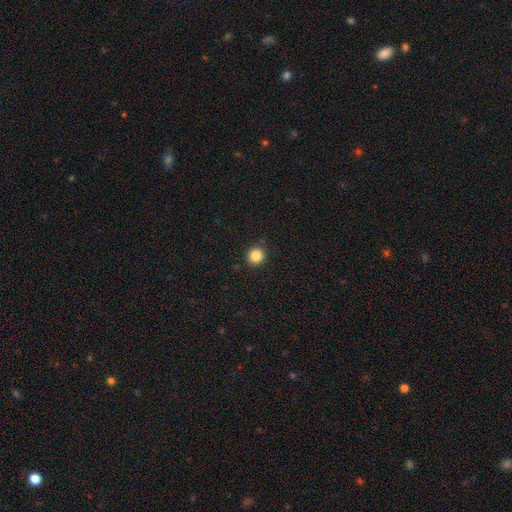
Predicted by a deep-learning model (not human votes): Smooth or featured: smooth — 85% (star or artifact — 11%)
How rounded: round — 93% (in between — 7%)
Merging: none — 90% (minor disturbance — 7%)